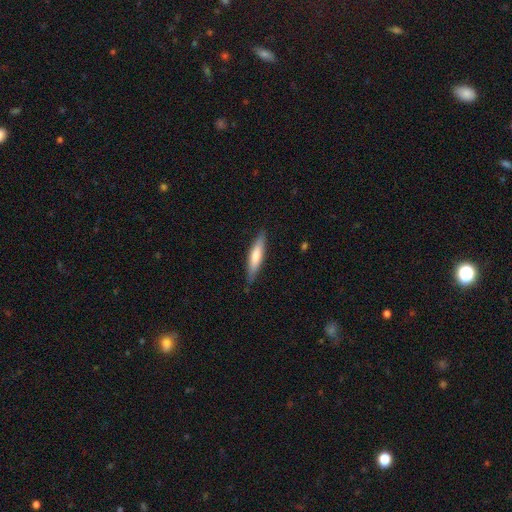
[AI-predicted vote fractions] Smooth or featured? Predicted: smooth (p=0.64). How rounded? Predicted: cigar-shaped (p=0.82). Merging? Predicted: none (p=0.84).